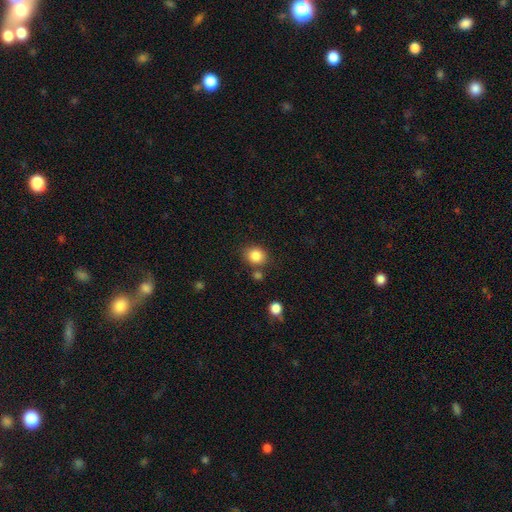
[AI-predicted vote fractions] Smooth or featured: smooth — 86% (star or artifact — 10%)
How rounded: round — 73% (in between — 26%)
Merging: none — 78% (minor disturbance — 11%)